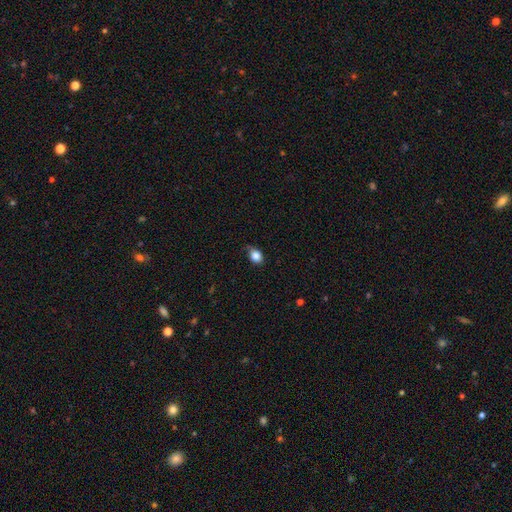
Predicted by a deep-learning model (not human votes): This appears to be a smooth galaxy with no disk features (84%) that is in between round and cigar-shaped (59%). Merging: none (65%).